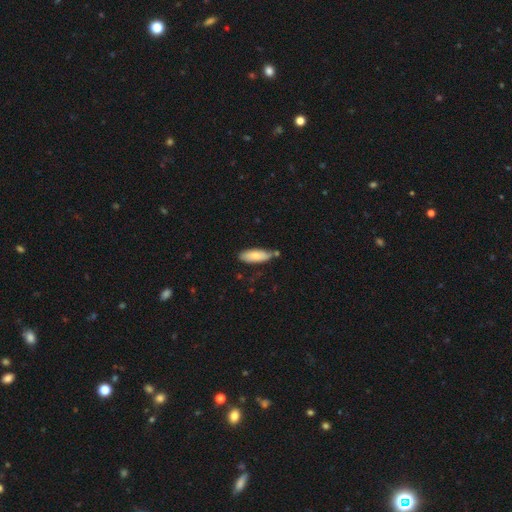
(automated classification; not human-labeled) smooth-or-featured: smooth: 77% | featured or disk: 17% | star or artifact: 6%
  how-rounded: in between: 68% | cigar-shaped: 30% | round: 2%
  merging: none: 62% | minor disturbance: 24% | merger: 10% | major disturbance: 4%